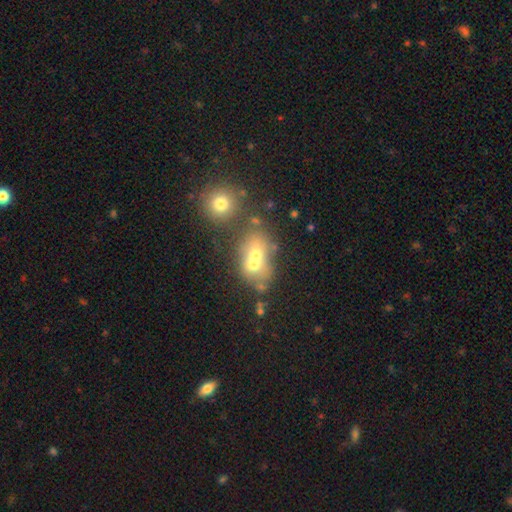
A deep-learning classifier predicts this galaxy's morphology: A smooth galaxy with no disk features (58%) that is in between round and cigar-shaped (50%).

Vote fractions:
- Smooth or featured? smooth: 58% / featured or disk: 27% / star or artifact: 15%
- How rounded? in between: 50% / round: 48% / cigar-shaped: 2%
- Merging? merger: 62% / none: 25% / minor disturbance: 8% / major disturbance: 6%